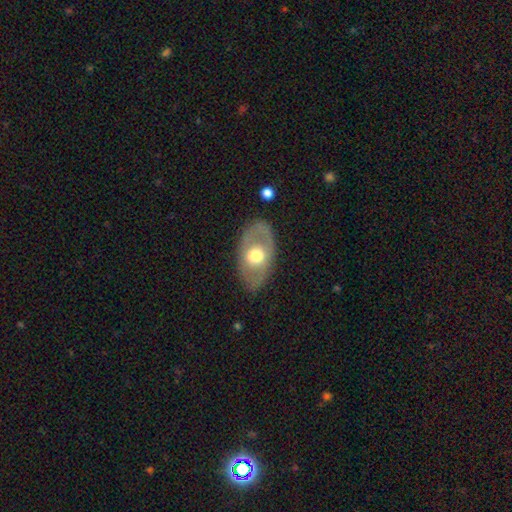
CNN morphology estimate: Smooth or featured? featured or disk (49%)
Merging? none (82%)